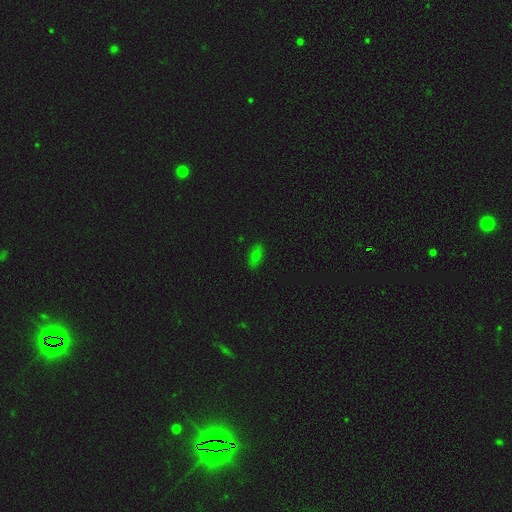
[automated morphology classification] type=smooth (65%); roundness=in between (83%); merging=none (86%).